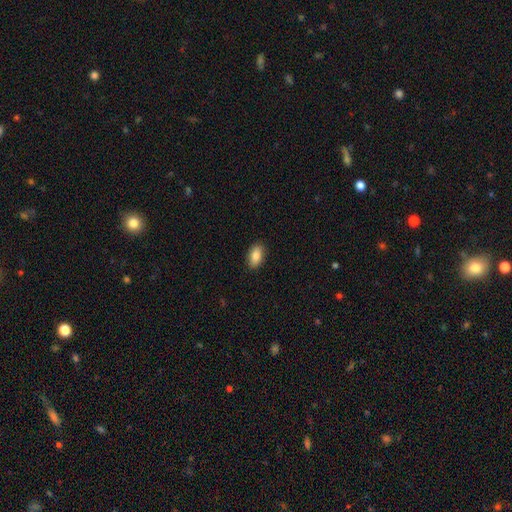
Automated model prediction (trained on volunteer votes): The model was most divided on "smooth or featured": smooth: 86%, star or artifact: 7%, featured or disk: 7%. More confident: how rounded — in between (92%); merging — none (89%).